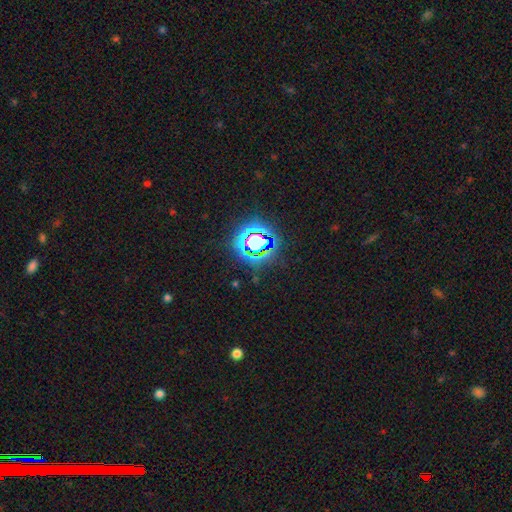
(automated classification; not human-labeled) This appears to be a star or artifact, not a galaxy (77%).